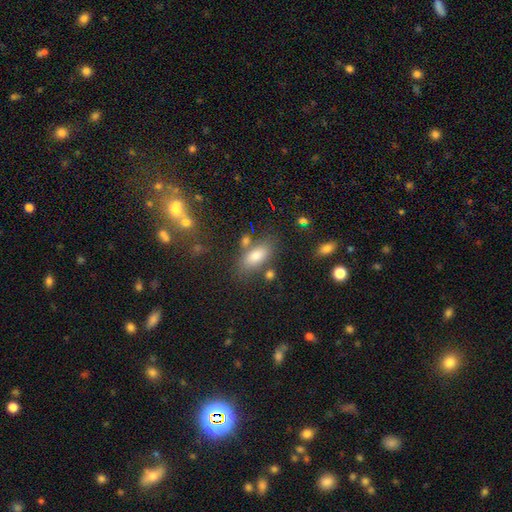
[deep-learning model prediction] The model was most divided on "merging": none: 70%, minor disturbance: 14%, merger: 11%, major disturbance: 5%. More confident: how rounded — in between (85%); smooth or featured — smooth (77%).